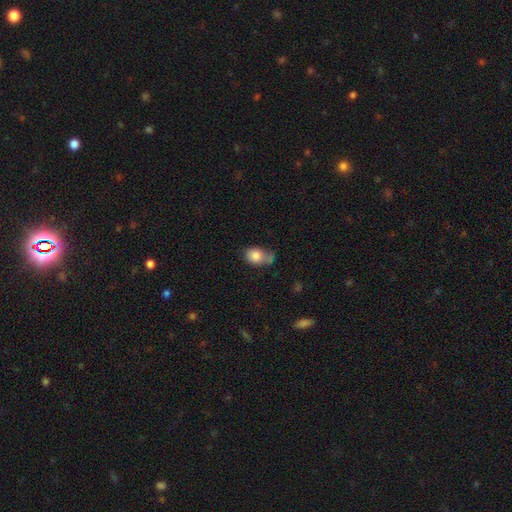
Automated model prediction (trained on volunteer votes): Smooth or featured? Predicted: smooth (p=0.83). How rounded? Predicted: in between (p=0.58). Merging? Predicted: none (p=0.42).